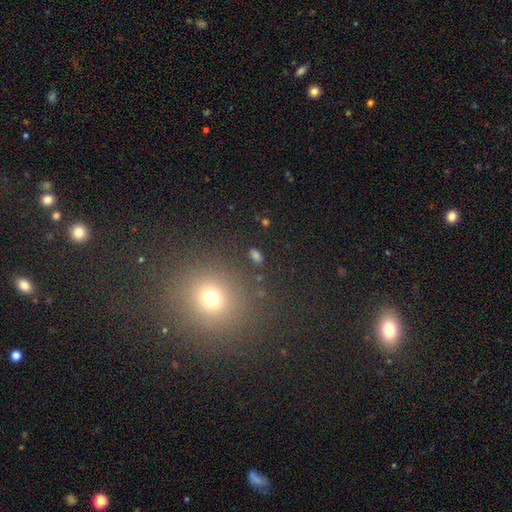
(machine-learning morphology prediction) smooth 69%, star or artifact 23%, featured or disk 8%. Down the decision tree: how rounded — in between (76%); merging — none (85%).